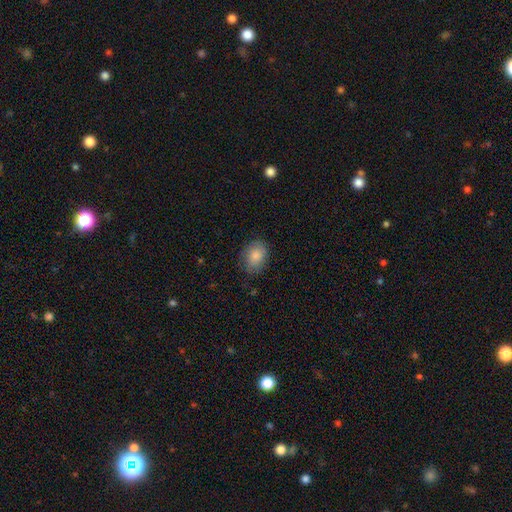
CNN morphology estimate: A smooth galaxy with no disk features (85%) that is in between round and cigar-shaped (71%).

Vote fractions:
- Smooth or featured? smooth: 85% / featured or disk: 8% / star or artifact: 7%
- How rounded? in between: 71% / round: 28% / cigar-shaped: 1%
- Merging? none: 78% / minor disturbance: 17% / major disturbance: 4% / merger: 1%